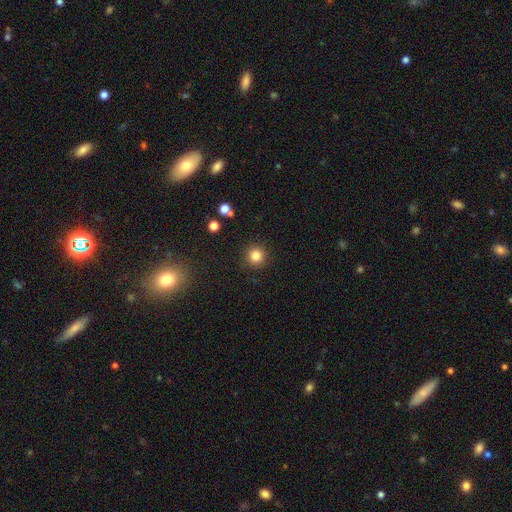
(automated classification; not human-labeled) smooth_or_featured: smooth (p=0.83) [alt: star or artifact p=0.12]
how_rounded: round (p=0.94) [alt: in between p=0.05]
merging: none (p=0.90) [alt: minor disturbance p=0.06]